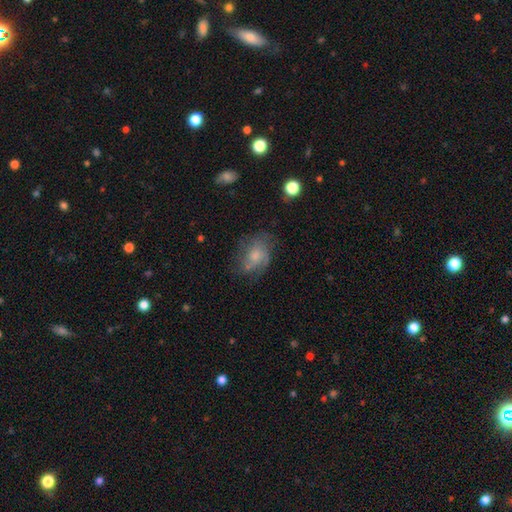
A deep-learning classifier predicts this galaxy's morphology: Smooth or featured? featured or disk (53%)
Edge-on disk? no (96%)
Bar? no (77%)
Spiral arms? yes (76%)
Bulge size? moderate (43%)
Merging? none (56%)